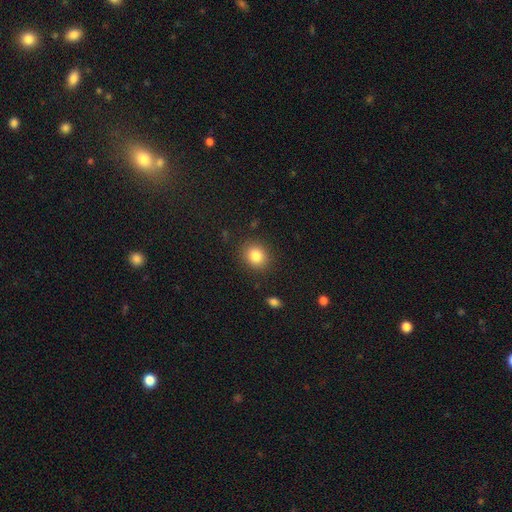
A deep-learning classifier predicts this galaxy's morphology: Overall: smooth (83%). How rounded: round (71%). Merging: none (87%).